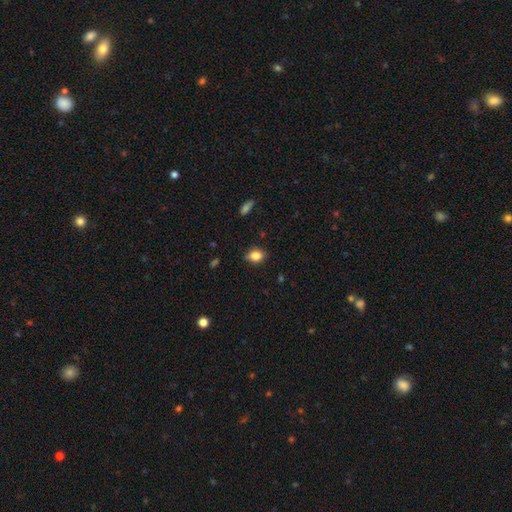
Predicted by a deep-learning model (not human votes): Smooth or featured? smooth (84%)
How rounded? in between (70%)
Merging? none (81%)